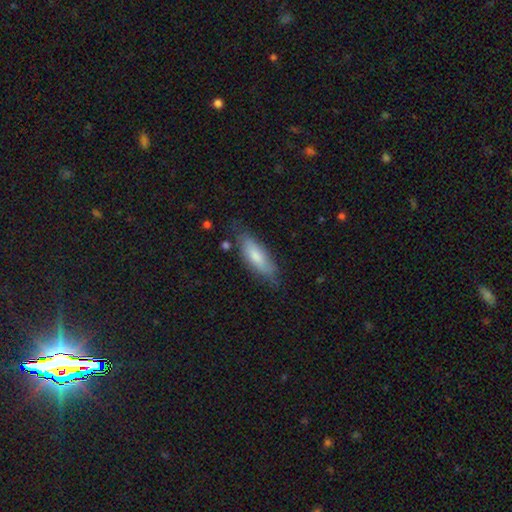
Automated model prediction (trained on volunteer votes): Overall: smooth (71%). How rounded: in between (54%; cigar-shaped 45%). Merging: none (72%).